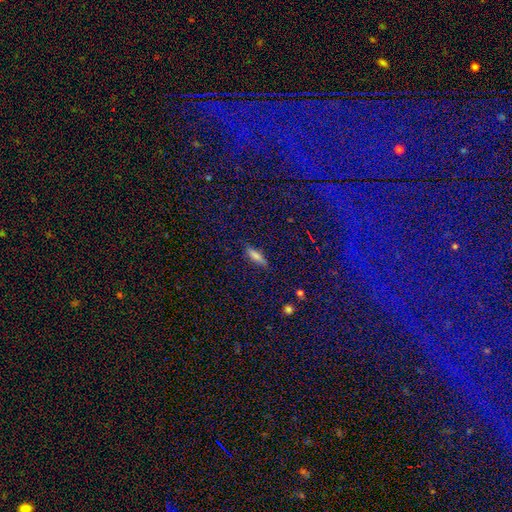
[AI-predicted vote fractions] Smooth or featured? Predicted: smooth (p=0.74). How rounded? Predicted: cigar-shaped (p=0.67). Merging? Predicted: none (p=0.84).